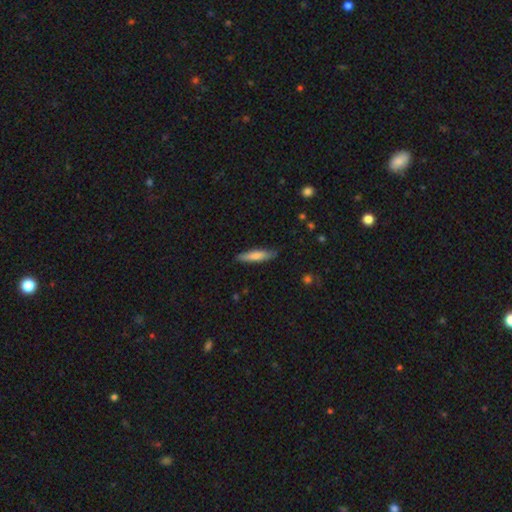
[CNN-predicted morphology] Q: Smooth or featured?
A: smooth (75%); runner-up: featured or disk (19%)
Q: How rounded?
A: cigar-shaped (84%); runner-up: in between (15%)
Q: Merging?
A: none (85%); runner-up: minor disturbance (11%)